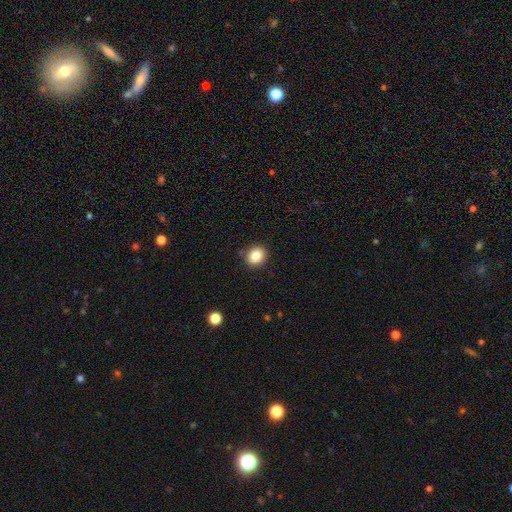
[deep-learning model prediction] Smooth or featured: smooth — 84% (star or artifact — 10%)
How rounded: round — 72% (in between — 27%)
Merging: none — 87% (minor disturbance — 9%)